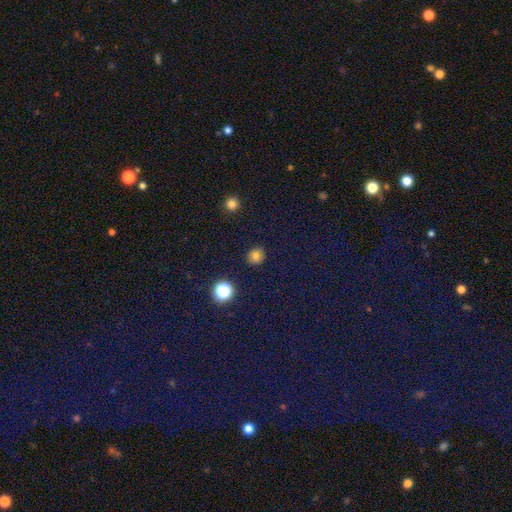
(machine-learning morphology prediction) Overall: smooth (77%). How rounded: round (84%). Merging: none (88%).